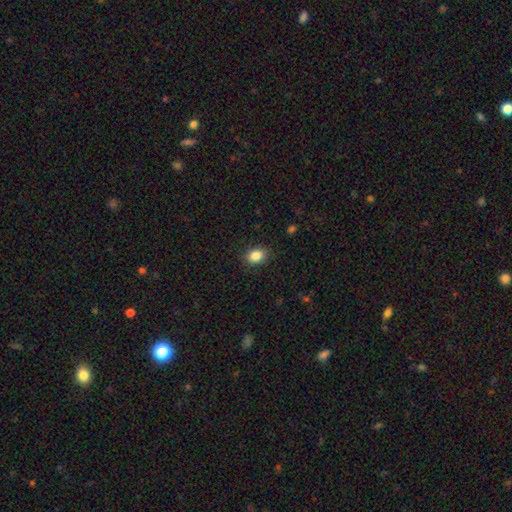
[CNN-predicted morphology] Q: Smooth or featured?
A: smooth (85%); runner-up: star or artifact (10%)
Q: How rounded?
A: in between (56%); runner-up: round (43%)
Q: Merging?
A: none (88%); runner-up: minor disturbance (9%)